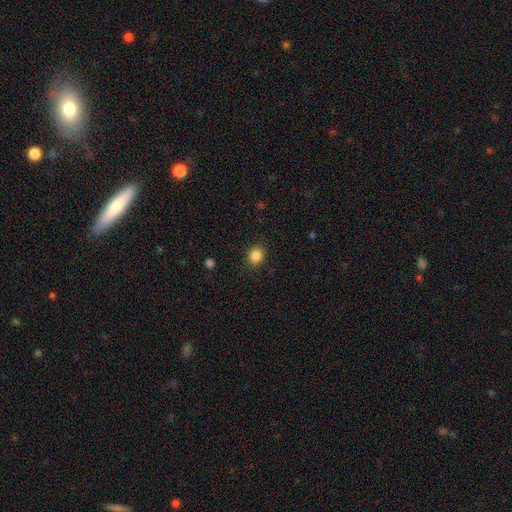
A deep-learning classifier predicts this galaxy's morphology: This appears to be a smooth galaxy with no disk features (86%) that is round (55%). Merging: none (88%).